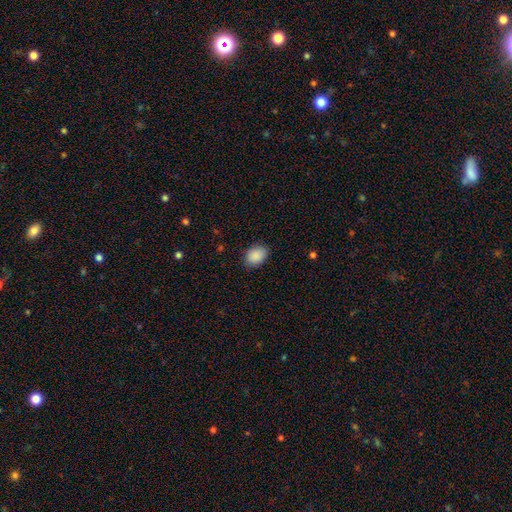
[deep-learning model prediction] smooth-or-featured: smooth: 90% | star or artifact: 7% | featured or disk: 3%
  how-rounded: in between: 69% | round: 31% | cigar-shaped: 1%
  merging: none: 85% | minor disturbance: 12% | major disturbance: 2% | merger: 1%